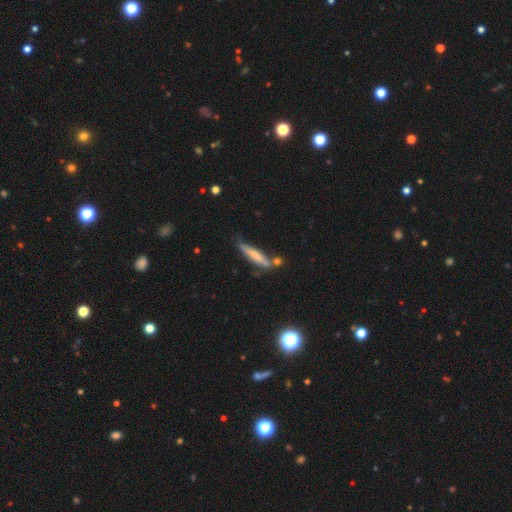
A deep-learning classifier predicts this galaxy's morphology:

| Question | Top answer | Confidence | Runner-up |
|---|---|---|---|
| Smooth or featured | smooth | 52% | featured or disk (42%) |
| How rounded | cigar-shaped | 88% | in between (10%) |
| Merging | none | 56% | minor disturbance (22%) |